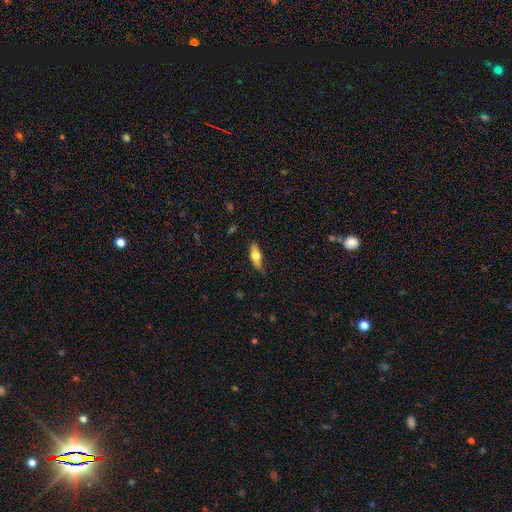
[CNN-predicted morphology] This appears to be a smooth galaxy with no disk features (55%) that is in between round and cigar-shaped (60%). Merging: none (68%).